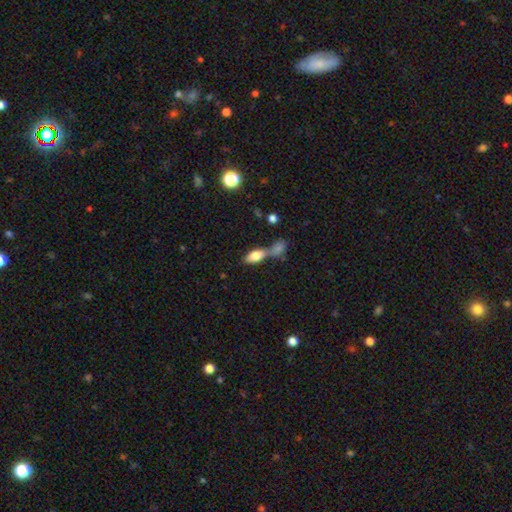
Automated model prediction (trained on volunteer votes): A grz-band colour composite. It shows a smooth galaxy with no disk features (77%) that is in between round and cigar-shaped (83%). Merging: merger (53%).